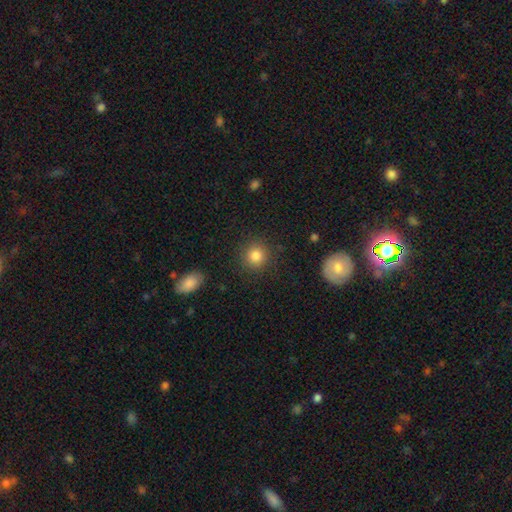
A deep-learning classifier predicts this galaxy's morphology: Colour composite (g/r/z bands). It shows a smooth galaxy with no disk features (84%) that is round (91%). Merging: none (88%).